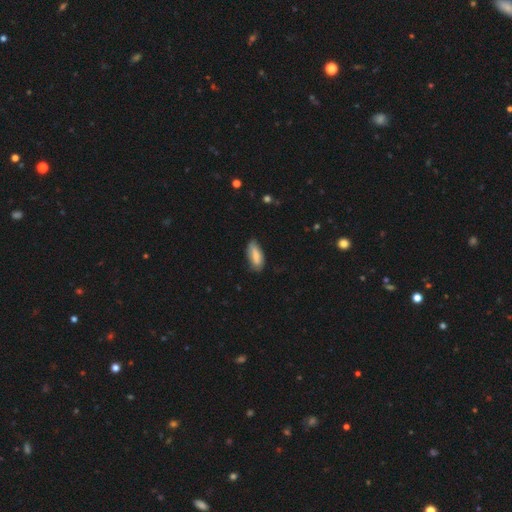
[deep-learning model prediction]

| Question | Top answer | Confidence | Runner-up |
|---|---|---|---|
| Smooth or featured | smooth | 76% | featured or disk (17%) |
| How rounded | in between | 80% | cigar-shaped (18%) |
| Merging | none | 72% | minor disturbance (22%) |